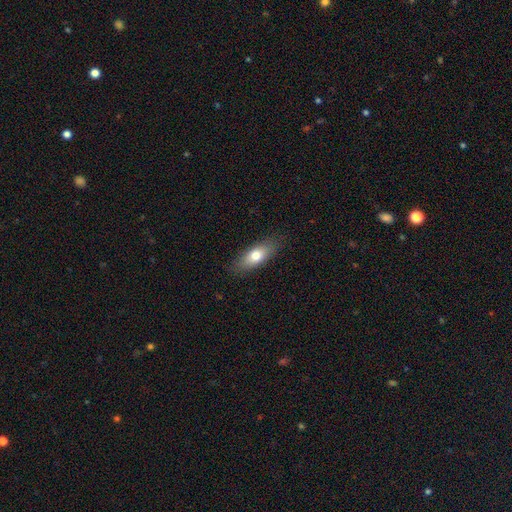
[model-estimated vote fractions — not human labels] The model was most divided on "how rounded": in between: 72%, cigar-shaped: 24%, round: 4%. More confident: merging — none (84%); smooth or featured — smooth (72%).